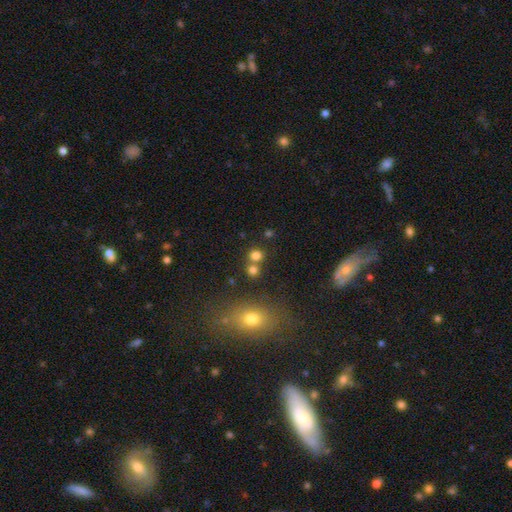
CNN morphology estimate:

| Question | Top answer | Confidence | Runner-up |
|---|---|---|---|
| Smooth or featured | smooth | 78% | star or artifact (15%) |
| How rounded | round | 84% | in between (15%) |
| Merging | none | 62% | merger (28%) |